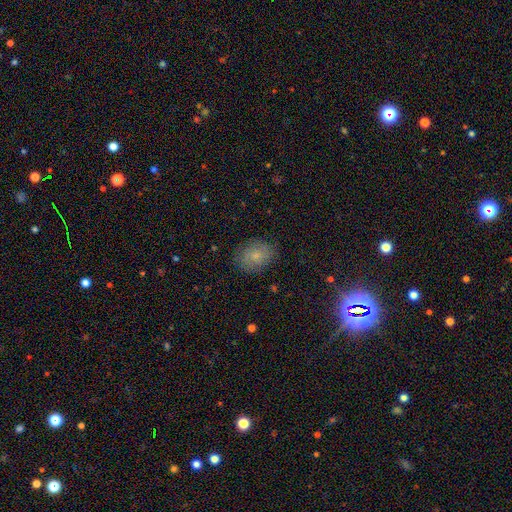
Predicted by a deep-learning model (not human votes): smooth-or-featured: smooth: 67% | featured or disk: 22% | star or artifact: 12%
  how-rounded: in between: 58% | round: 41% | cigar-shaped: 1%
  merging: none: 82% | minor disturbance: 13% | major disturbance: 4% | merger: 1%